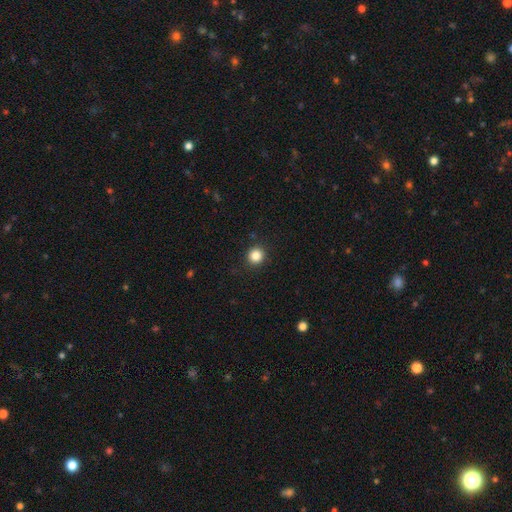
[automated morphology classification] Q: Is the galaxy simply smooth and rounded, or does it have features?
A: smooth — 85%.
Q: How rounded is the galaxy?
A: round — 94%.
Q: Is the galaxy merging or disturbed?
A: none — 92%.